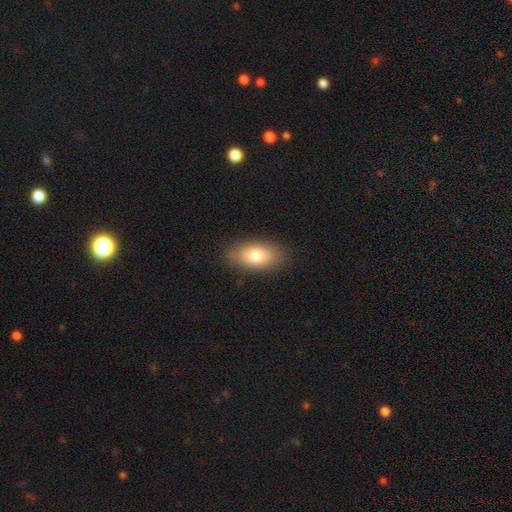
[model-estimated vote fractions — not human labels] A smooth galaxy with no disk features (77%) that is in between round and cigar-shaped (89%). Merging: none (87%).